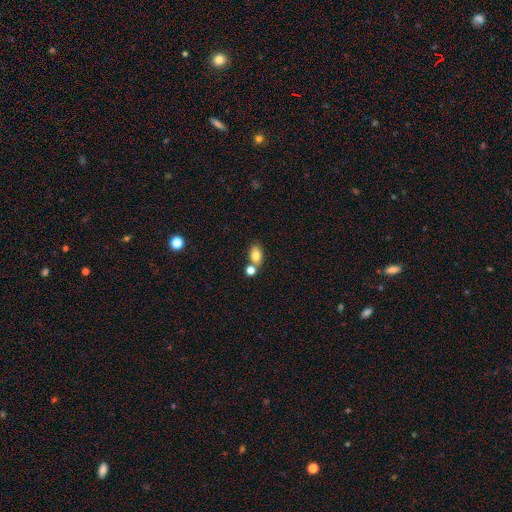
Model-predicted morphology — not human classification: This is clearly a smooth galaxy (81%). How rounded: clearly in between (84%). Merging: possibly none (57%).